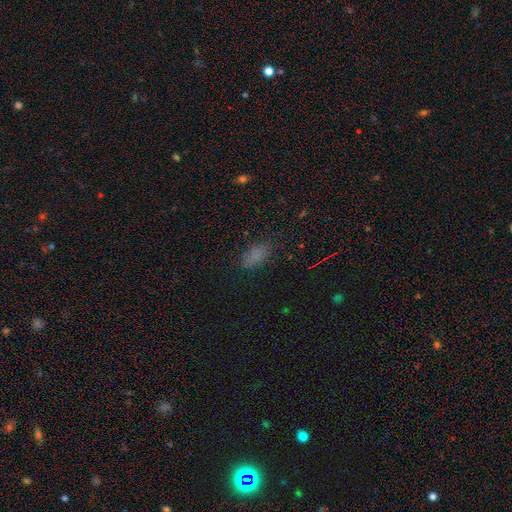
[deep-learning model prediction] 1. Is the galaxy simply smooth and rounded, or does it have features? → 74% smooth, 19% star or artifact, 8% featured or disk.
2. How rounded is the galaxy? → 90% in between, 6% round, 4% cigar-shaped.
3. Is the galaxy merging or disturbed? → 77% none, 16% minor disturbance, 5% major disturbance, 2% merger.